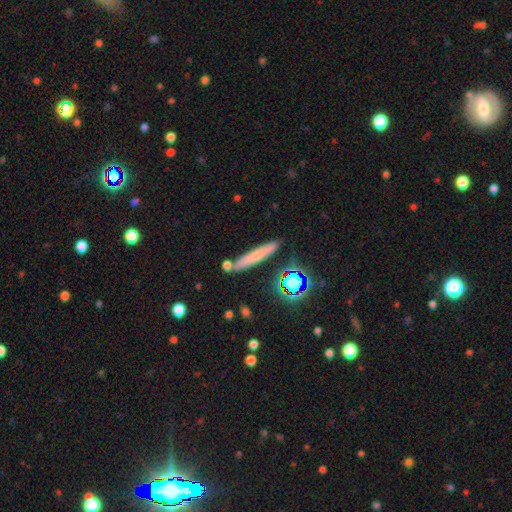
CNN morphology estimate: Smooth or featured?
  - smooth: 62% *
  - featured or disk: 24%
  - star or artifact: 14%
How rounded?
  - cigar-shaped: 90% *
  - in between: 6%
  - round: 4%
Merging?
  - none: 82% *
  - minor disturbance: 10%
  - merger: 6%
  - major disturbance: 3%